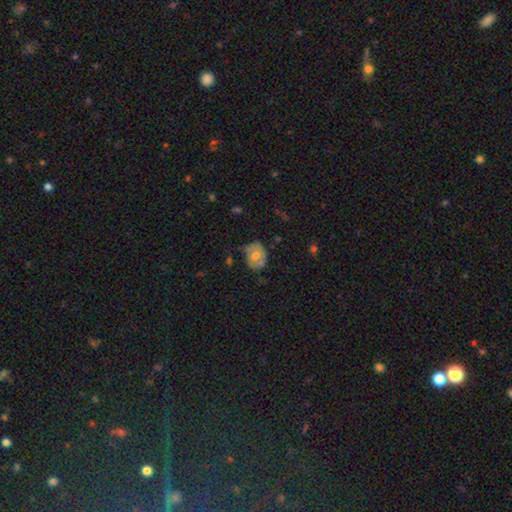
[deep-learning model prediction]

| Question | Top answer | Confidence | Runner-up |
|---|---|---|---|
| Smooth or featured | smooth | 53% | featured or disk (39%) |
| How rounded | in between | 50% | round (49%) |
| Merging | none | 56% | minor disturbance (32%) |